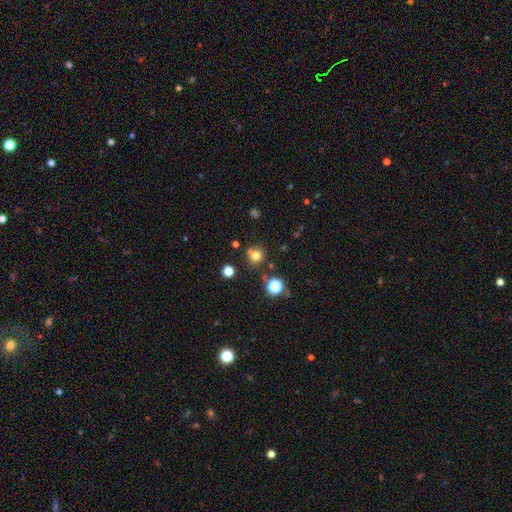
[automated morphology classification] The model was most divided on "smooth or featured": smooth: 75%, star or artifact: 18%, featured or disk: 7%. More confident: how rounded — round (92%); merging — none (77%).